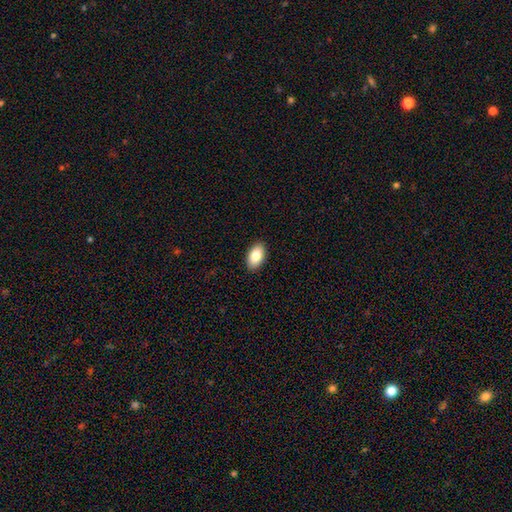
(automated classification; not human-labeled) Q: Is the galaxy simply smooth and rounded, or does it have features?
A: smooth — 83%.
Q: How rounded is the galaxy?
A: in between — 94%.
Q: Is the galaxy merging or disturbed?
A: none — 90%.